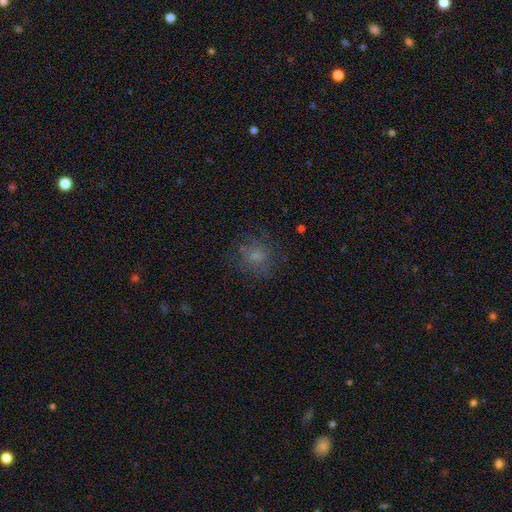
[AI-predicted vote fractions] Q: Smooth or featured?
A: smooth (67%); runner-up: featured or disk (18%)
Q: How rounded?
A: round (79%); runner-up: in between (20%)
Q: Merging?
A: none (71%); runner-up: minor disturbance (16%)